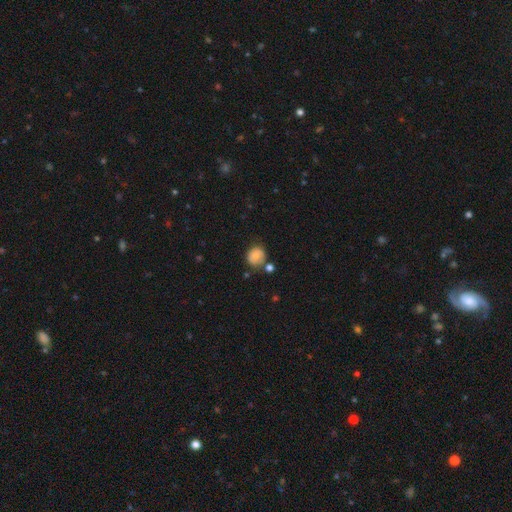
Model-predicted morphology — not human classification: type=smooth (81%); roundness=round (75%); merging=none (62%).